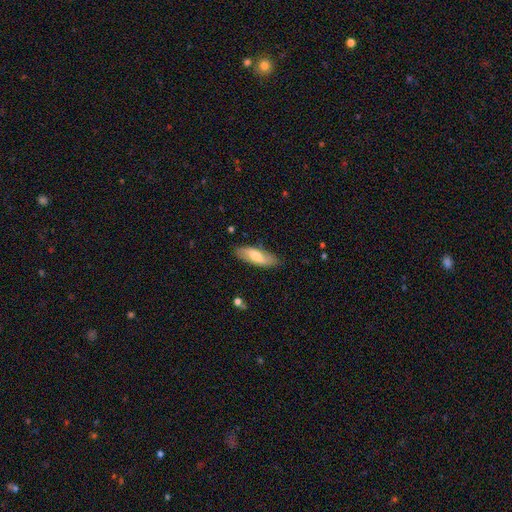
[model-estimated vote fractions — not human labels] Smooth or featured? smooth (63%)
How rounded? in between (64%)
Merging? none (81%)